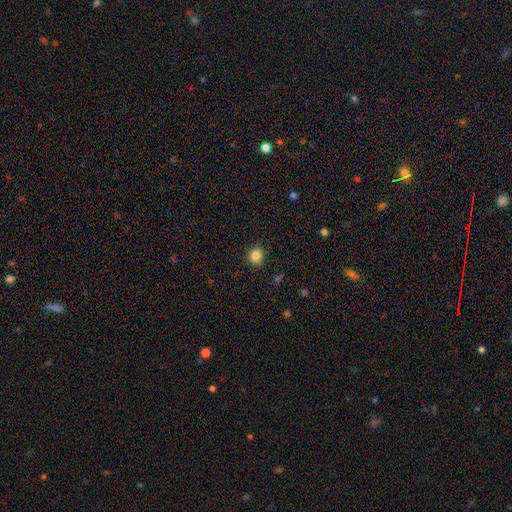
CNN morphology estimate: Smooth or featured? Predicted: smooth (p=0.84). How rounded? Predicted: round (p=0.86). Merging? Predicted: none (p=0.87).